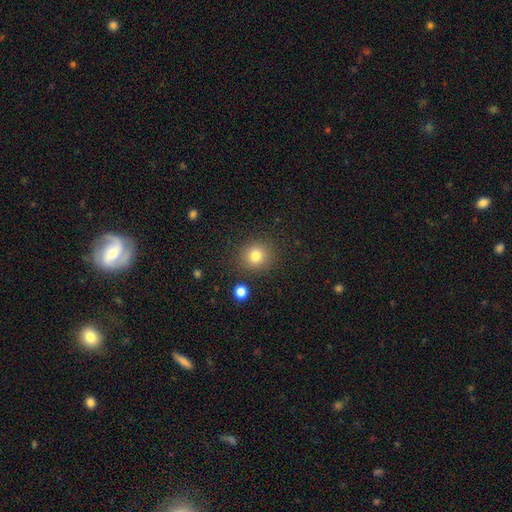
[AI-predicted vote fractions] smooth-or-featured: smooth: 81% | star or artifact: 12% | featured or disk: 7%
  how-rounded: round: 89% | in between: 10% | cigar-shaped: 1%
  merging: none: 86% | minor disturbance: 8% | merger: 3% | major disturbance: 3%